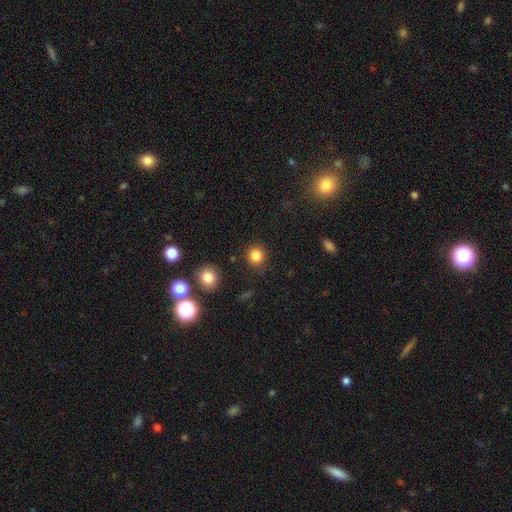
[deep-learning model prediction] Smooth or featured: smooth — 84% (star or artifact — 12%)
How rounded: round — 90% (in between — 9%)
Merging: none — 88% (minor disturbance — 7%)